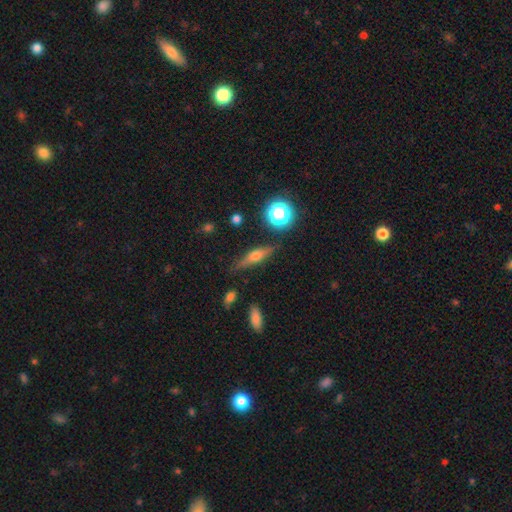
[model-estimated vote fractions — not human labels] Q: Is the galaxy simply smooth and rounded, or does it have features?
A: featured or disk — 47%.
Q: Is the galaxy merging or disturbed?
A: none — 81%.